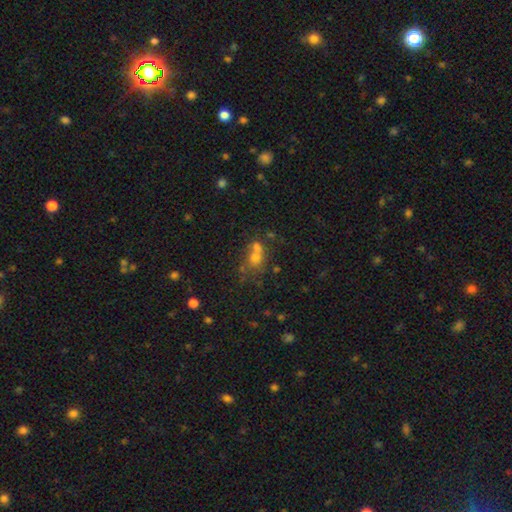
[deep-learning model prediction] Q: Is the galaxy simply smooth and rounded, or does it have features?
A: smooth — 62%.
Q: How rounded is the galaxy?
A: round — 59%.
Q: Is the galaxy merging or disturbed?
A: merger — 43%.